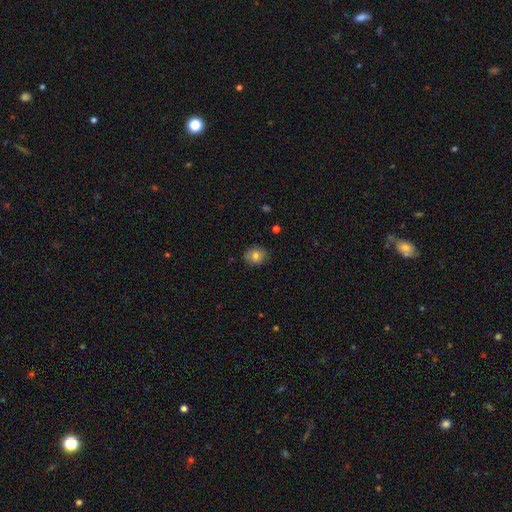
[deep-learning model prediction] Smooth or featured? Predicted: smooth (p=0.79). How rounded? Predicted: round (p=0.70). Merging? Predicted: none (p=0.86).